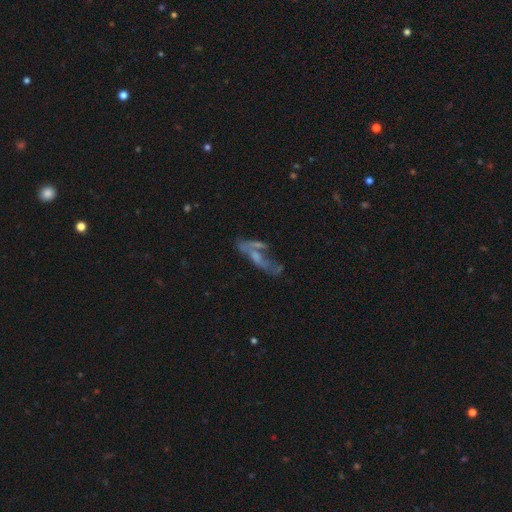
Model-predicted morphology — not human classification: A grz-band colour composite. It shows a featured or disk galaxy (61%). Merging: none (37%).